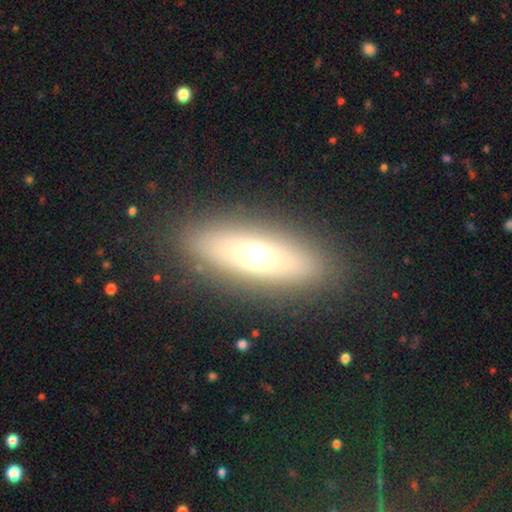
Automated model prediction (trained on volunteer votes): Morphology: type=smooth (55%); roundness=cigar-shaped (51%); merging=none (87%).